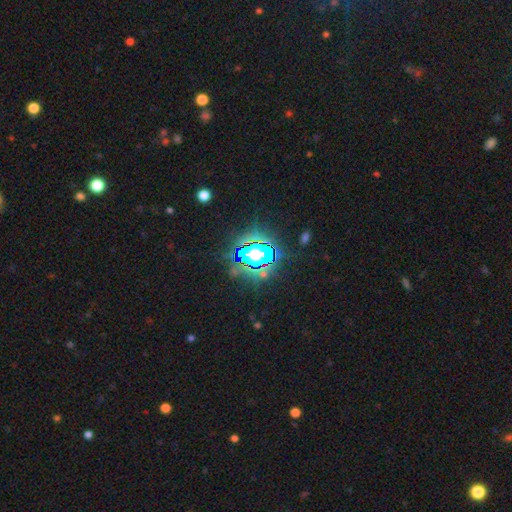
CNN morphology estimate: Smooth or featured: star or artifact — 80% (smooth — 11%)